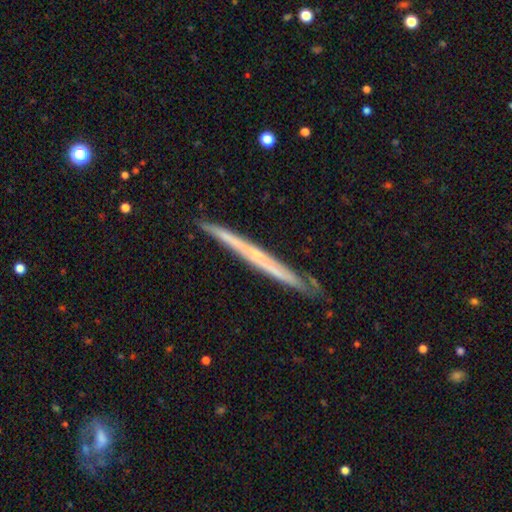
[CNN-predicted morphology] Q: Smooth or featured?
A: featured or disk (68%); runner-up: smooth (26%)
Q: Edge-on disk?
A: yes (96%); runner-up: no (4%)
Q: Edge-on bulge?
A: none (73%); runner-up: rounded (24%)
Q: Merging?
A: none (85%); runner-up: minor disturbance (12%)